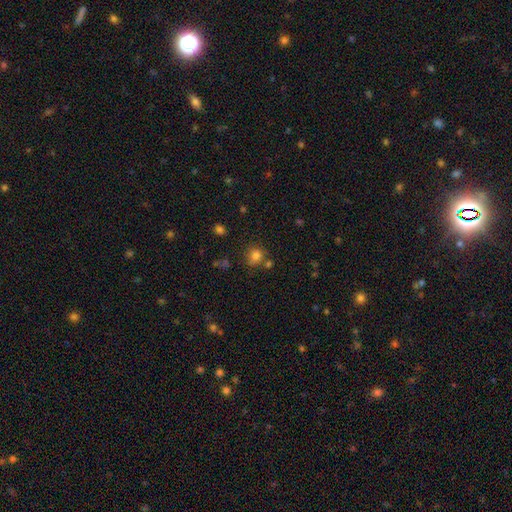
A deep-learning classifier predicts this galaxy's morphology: Smooth or featured: smooth — 79% (star or artifact — 14%)
How rounded: round — 72% (in between — 27%)
Merging: none — 62% (minor disturbance — 17%)